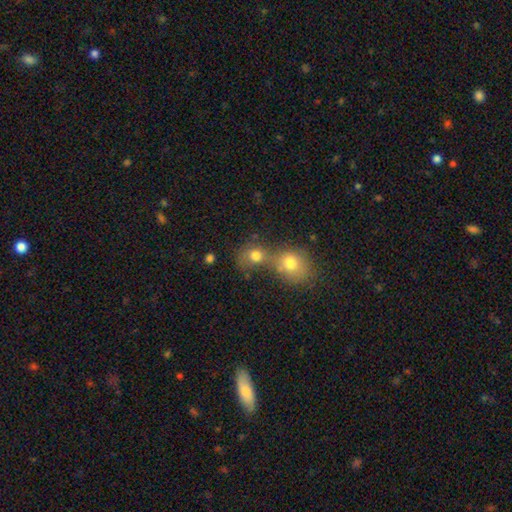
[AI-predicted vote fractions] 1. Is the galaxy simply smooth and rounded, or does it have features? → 76% smooth, 13% star or artifact, 12% featured or disk.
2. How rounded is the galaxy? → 73% round, 26% in between, 1% cigar-shaped.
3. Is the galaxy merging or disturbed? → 58% merger, 30% none, 7% minor disturbance, 5% major disturbance.